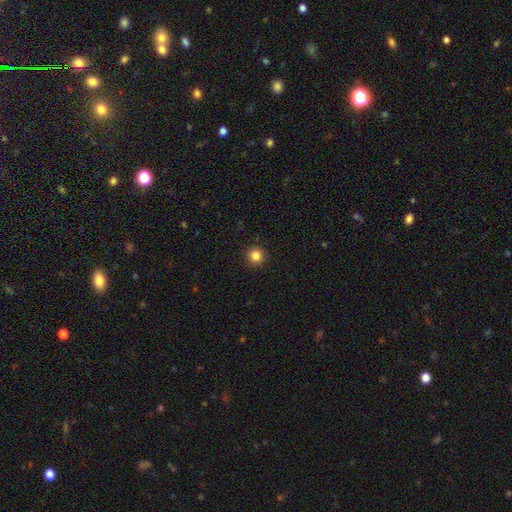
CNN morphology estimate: Overall: smooth (84%). How rounded: round (95%). Merging: none (93%).